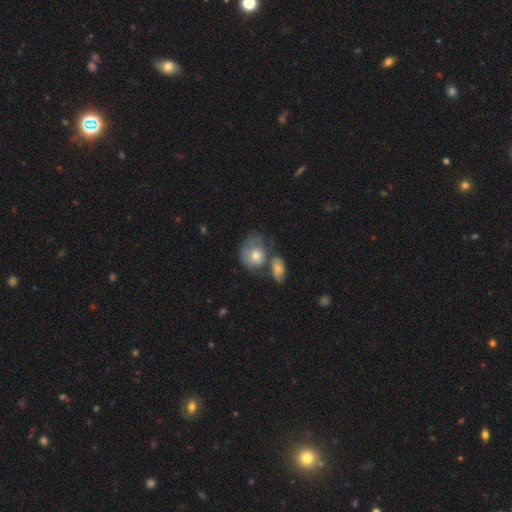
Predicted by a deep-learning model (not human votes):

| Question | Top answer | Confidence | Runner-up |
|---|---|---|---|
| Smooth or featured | smooth | 64% | featured or disk (27%) |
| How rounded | round | 59% | in between (40%) |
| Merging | merger | 41% | none (29%) |